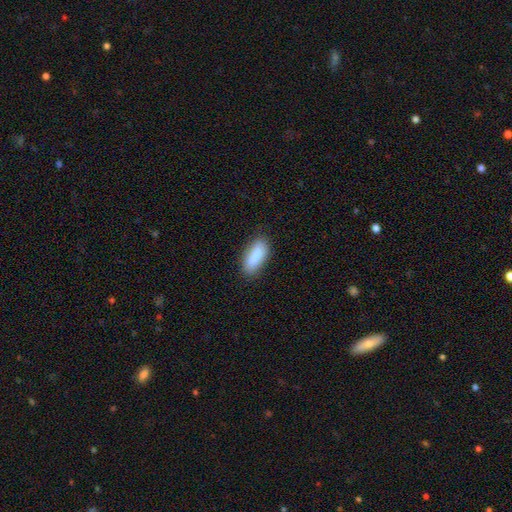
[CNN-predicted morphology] Smooth or featured? smooth (87%)
How rounded? in between (77%)
Merging? none (83%)